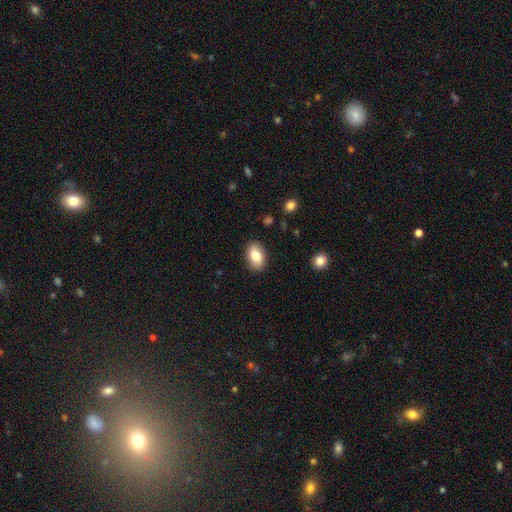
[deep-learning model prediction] A smooth galaxy with no disk features (83%) that is in between round and cigar-shaped (88%).

Vote fractions:
- Smooth or featured? smooth: 83% / featured or disk: 10% / star or artifact: 7%
- How rounded? in between: 88% / round: 11% / cigar-shaped: 1%
- Merging? none: 87% / minor disturbance: 10% / major disturbance: 2% / merger: 1%